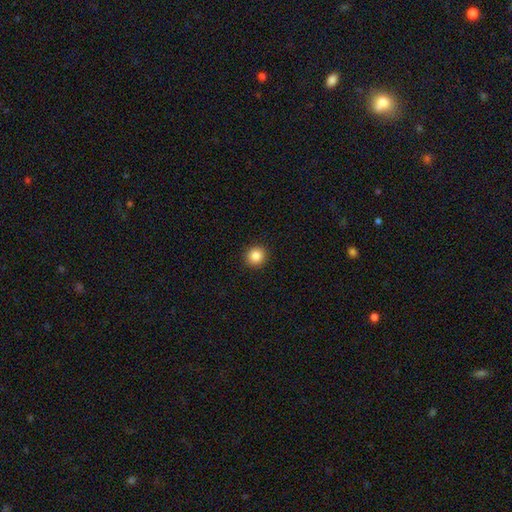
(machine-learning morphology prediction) Smooth or featured: smooth — 86% (star or artifact — 10%)
How rounded: round — 92% (in between — 7%)
Merging: none — 93% (minor disturbance — 5%)